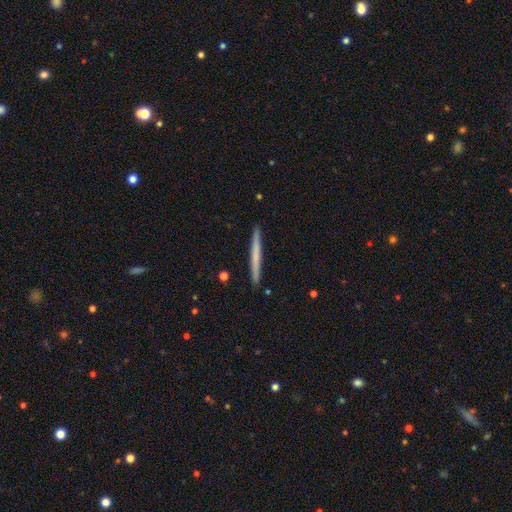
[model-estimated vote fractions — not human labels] Smooth or featured? Predicted: smooth (p=0.57). How rounded? Predicted: cigar-shaped (p=0.97). Merging? Predicted: none (p=0.92).